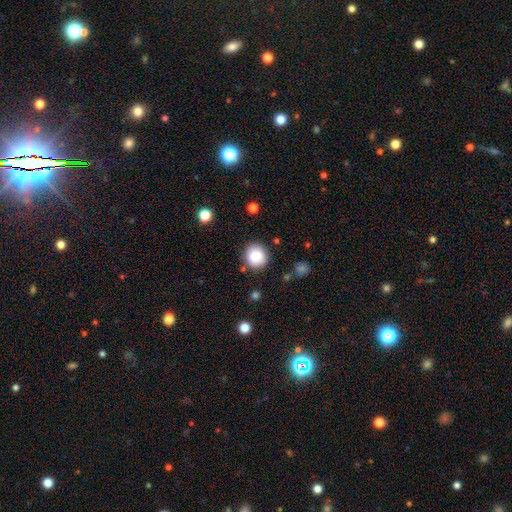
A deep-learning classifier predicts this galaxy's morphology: smooth_or_featured: smooth (p=0.83) [alt: star or artifact p=0.10]
how_rounded: round (p=0.88) [alt: in between p=0.11]
merging: none (p=0.83) [alt: minor disturbance p=0.10]